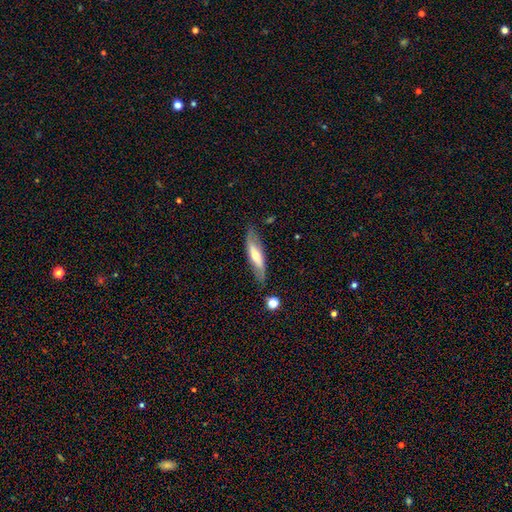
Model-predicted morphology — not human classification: The model was most divided on "smooth or featured": featured or disk: 49%, smooth: 44%, star or artifact: 6%. More confident: merging — none (75%).